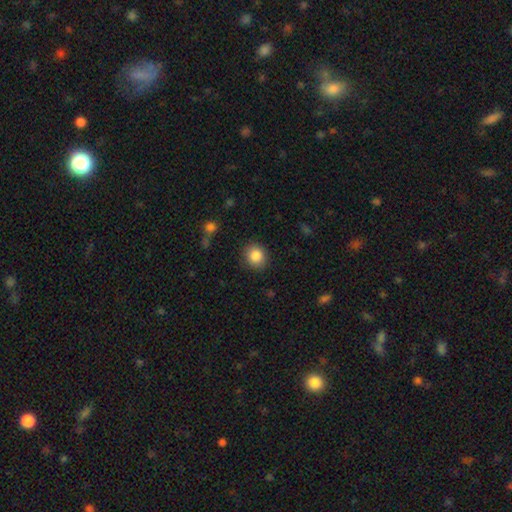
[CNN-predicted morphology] Smooth or featured? smooth (86%)
How rounded? round (80%)
Merging? none (87%)